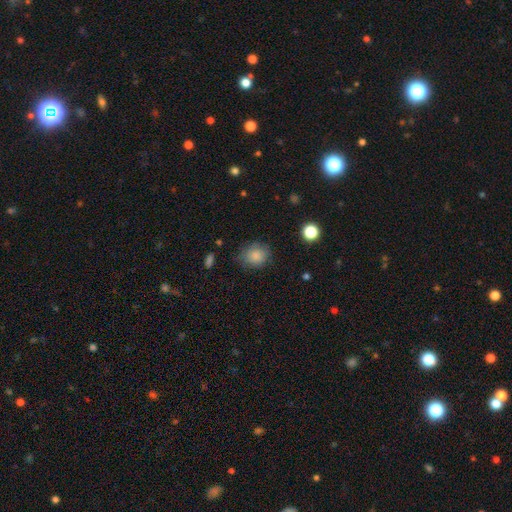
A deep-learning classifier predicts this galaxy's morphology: The model was most divided on "how rounded": round: 72%, in between: 27%, cigar-shaped: 1%. More confident: smooth or featured — smooth (85%); merging — none (75%).